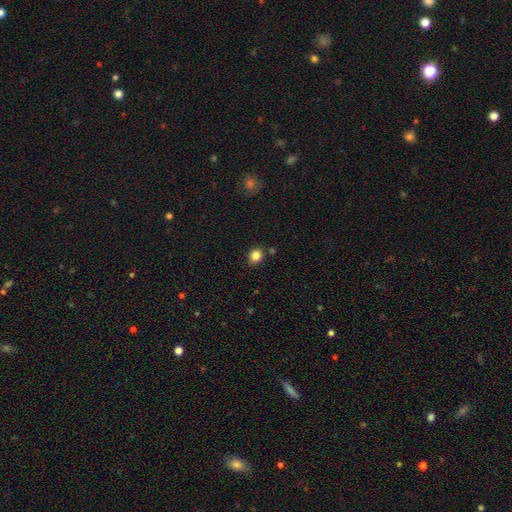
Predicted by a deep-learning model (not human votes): Smooth or featured: smooth — 83% (star or artifact — 12%)
How rounded: round — 71% (in between — 28%)
Merging: none — 84% (minor disturbance — 9%)